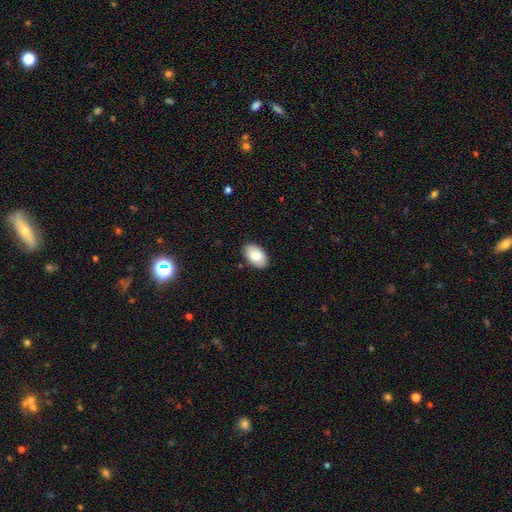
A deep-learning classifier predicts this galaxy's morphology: smooth 87%, featured or disk 7%, star or artifact 6%. Down the decision tree: how rounded — in between (94%); merging — none (88%).